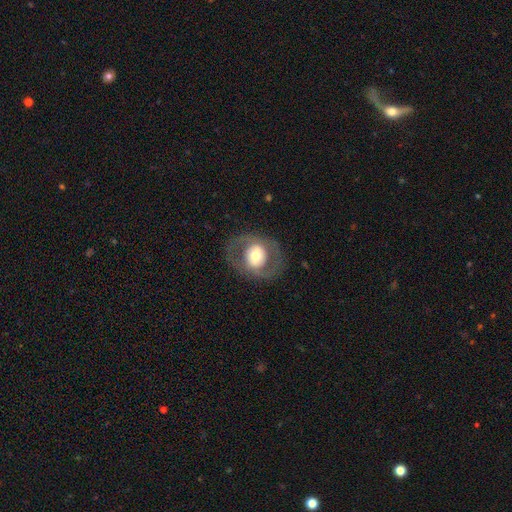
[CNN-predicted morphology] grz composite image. It shows a featured or disk galaxy (55%) with no bar (70%), no spiral arms (67%) and a moderate central bulge (57%). Merging: none (76%).